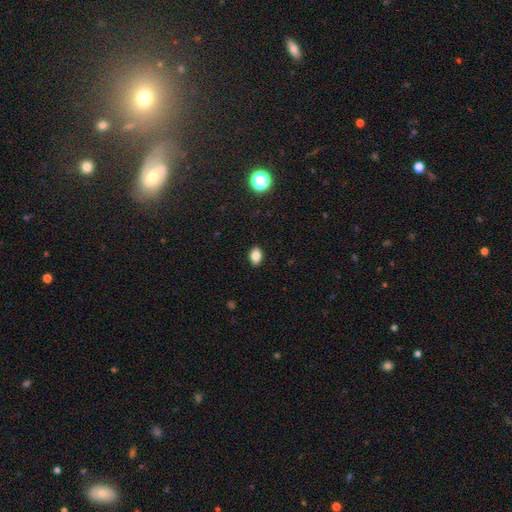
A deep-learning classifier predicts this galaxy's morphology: Smooth or featured? smooth (84%)
How rounded? in between (81%)
Merging? none (89%)